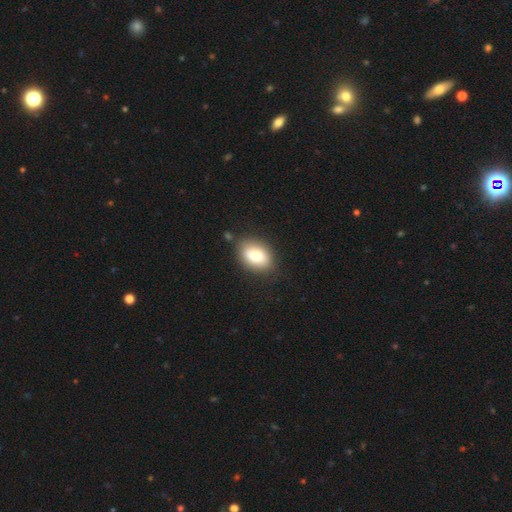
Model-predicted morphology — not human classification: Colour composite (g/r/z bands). It shows a smooth galaxy with no disk features (82%) that is in between round and cigar-shaped (83%). Merging: none (83%).